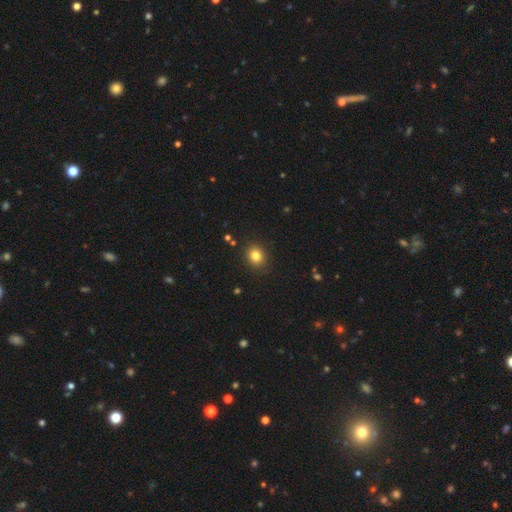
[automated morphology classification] A smooth galaxy with no disk features (81%) that is round (70%). Merging: none (89%).